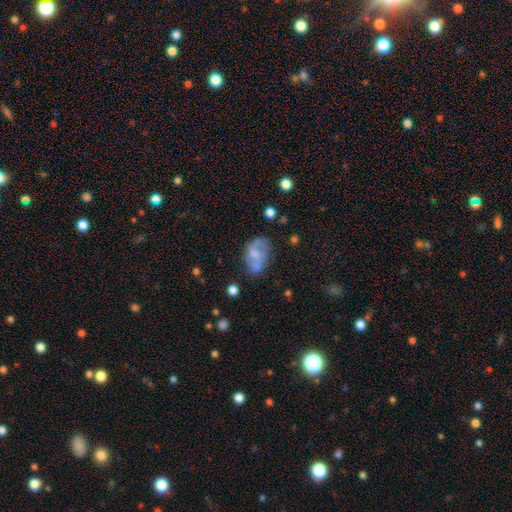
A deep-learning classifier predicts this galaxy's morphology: Smooth or featured: smooth — 46% (featured or disk — 44%)
Merging: none — 44% (minor disturbance — 26%)